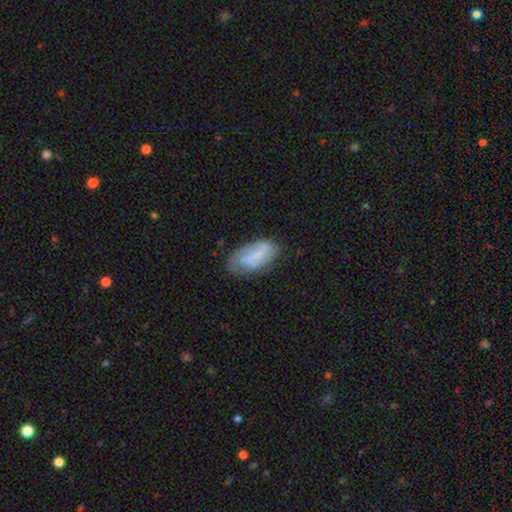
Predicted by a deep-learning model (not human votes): smooth 49%, featured or disk 44%, star or artifact 8%. Down the decision tree: merging — none (60%).